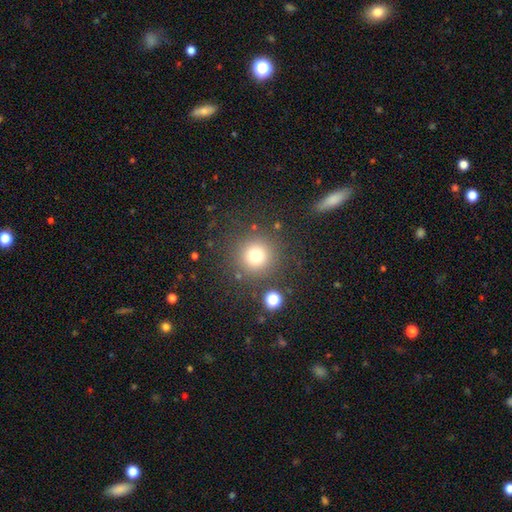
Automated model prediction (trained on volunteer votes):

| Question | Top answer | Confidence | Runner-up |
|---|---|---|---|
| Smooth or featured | smooth | 75% | star or artifact (16%) |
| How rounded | round | 95% | in between (4%) |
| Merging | none | 86% | minor disturbance (7%) |